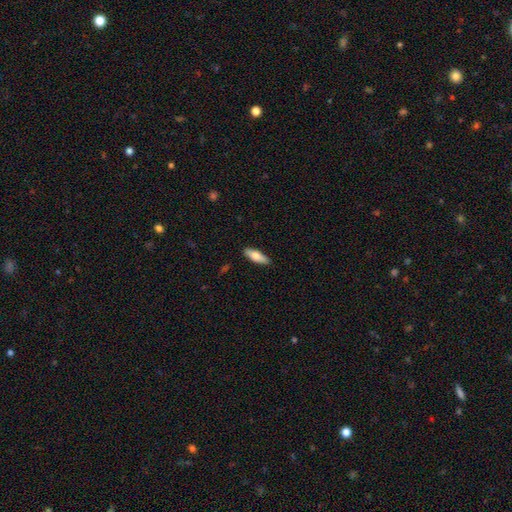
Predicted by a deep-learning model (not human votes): A smooth galaxy with no disk features (69%) that is in between round and cigar-shaped (58%). Merging: none (89%).